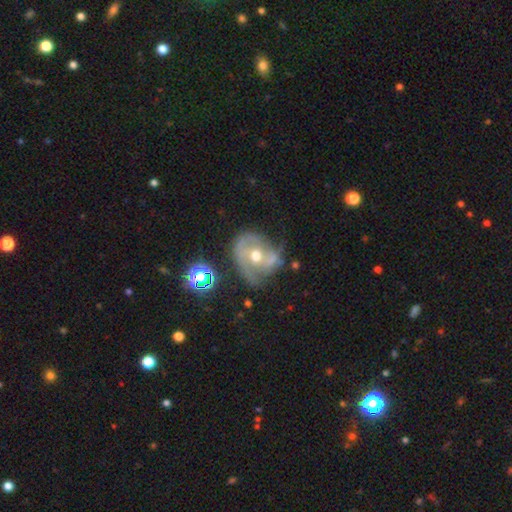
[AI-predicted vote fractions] smooth-or-featured: featured or disk: 69% | smooth: 20% | star or artifact: 10%
  disk-edge-on: no: 97% | yes: 3%
    bar: no: 64% | weak: 27% | strong: 10%
    has-spiral-arms: yes: 67% | no: 33%
    bulge-size: moderate: 73% | small: 21% | large: 4% | none: 1% | dominant: 1%
  merging: none: 37% | minor disturbance: 27% | major disturbance: 24% | merger: 12%